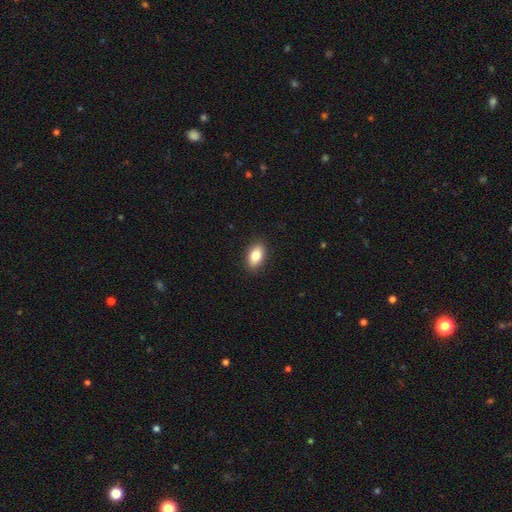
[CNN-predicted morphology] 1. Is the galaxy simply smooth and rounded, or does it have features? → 82% smooth, 10% featured or disk, 7% star or artifact.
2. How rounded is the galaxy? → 89% in between, 7% round, 4% cigar-shaped.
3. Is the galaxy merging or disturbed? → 90% none, 8% minor disturbance, 2% major disturbance, 1% merger.